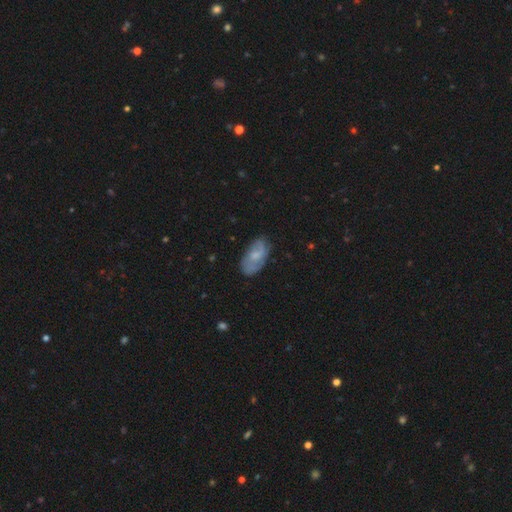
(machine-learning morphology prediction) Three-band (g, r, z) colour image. It shows a featured or disk galaxy (47%). Merging: none (73%).